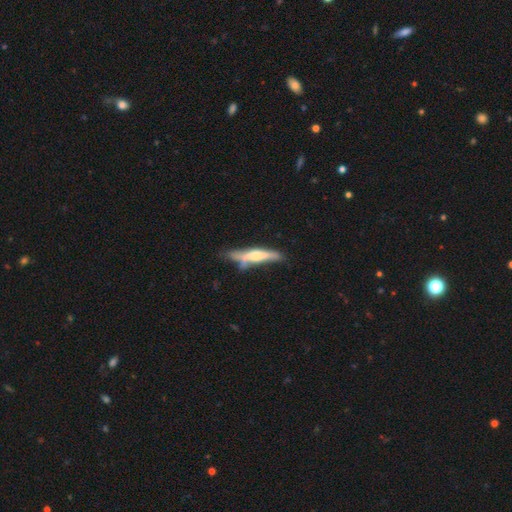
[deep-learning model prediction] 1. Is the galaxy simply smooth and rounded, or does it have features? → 52% featured or disk, 42% smooth, 6% star or artifact.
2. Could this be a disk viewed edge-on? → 90% yes, 10% no.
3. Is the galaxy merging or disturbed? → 54% none, 24% minor disturbance, 13% merger, 9% major disturbance.